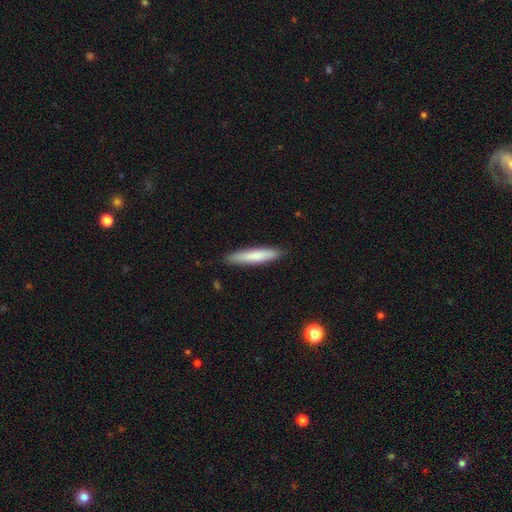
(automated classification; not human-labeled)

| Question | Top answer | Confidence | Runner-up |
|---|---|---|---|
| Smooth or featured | smooth | 77% | featured or disk (18%) |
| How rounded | cigar-shaped | 89% | in between (10%) |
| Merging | none | 89% | minor disturbance (8%) |